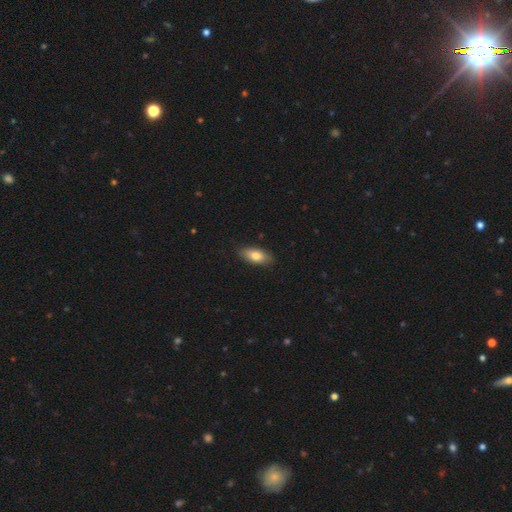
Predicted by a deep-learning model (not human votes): This is likely a smooth galaxy (79%). How rounded: clearly in between (85%). Merging: clearly none (85%).